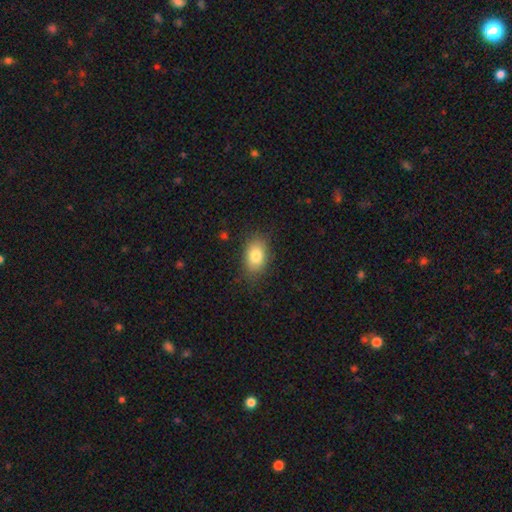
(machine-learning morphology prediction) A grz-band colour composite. It shows a smooth galaxy with no disk features (81%) that is in between round and cigar-shaped (82%). Merging: none (81%).